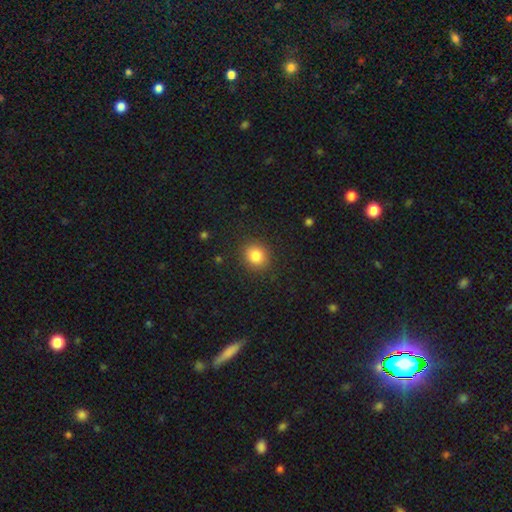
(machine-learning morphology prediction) This is clearly a smooth galaxy (84%). How rounded: likely round (72%). Merging: clearly none (88%).